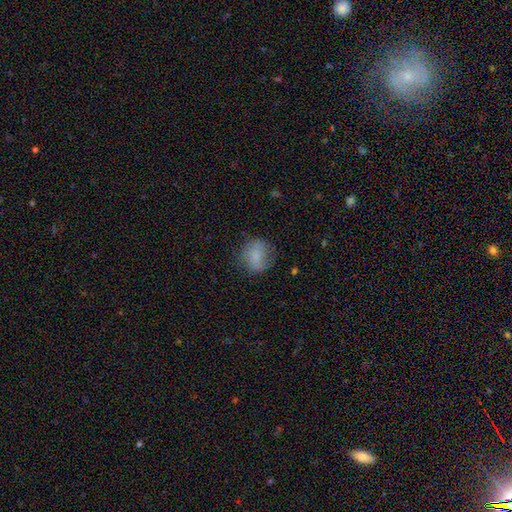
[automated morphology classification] Smooth or featured: smooth — 73% (featured or disk — 18%)
How rounded: round — 65% (in between — 34%)
Merging: none — 67% (minor disturbance — 22%)